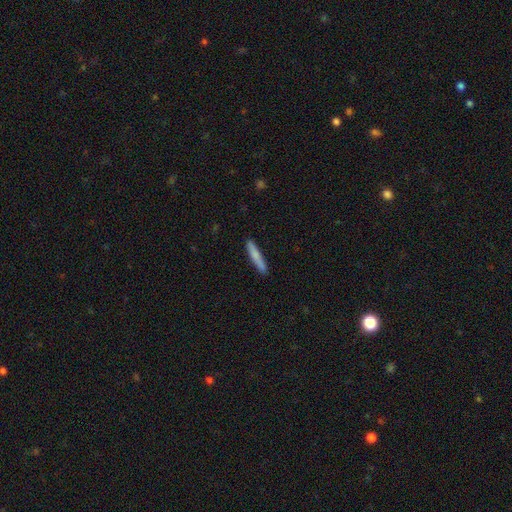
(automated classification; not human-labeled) Smooth or featured?
  - smooth: 76% *
  - featured or disk: 18%
  - star or artifact: 6%
How rounded?
  - cigar-shaped: 92% *
  - in between: 7%
  - round: 1%
Merging?
  - none: 87% *
  - minor disturbance: 9%
  - major disturbance: 2%
  - merger: 2%